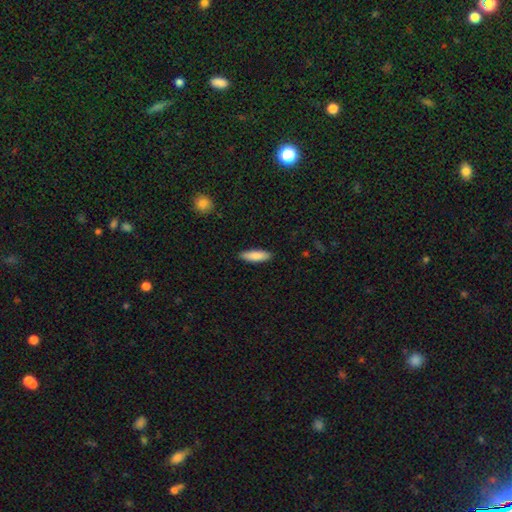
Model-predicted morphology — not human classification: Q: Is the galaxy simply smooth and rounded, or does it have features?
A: smooth — 86%.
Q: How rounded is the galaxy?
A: cigar-shaped — 53%.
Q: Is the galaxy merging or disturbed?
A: none — 89%.